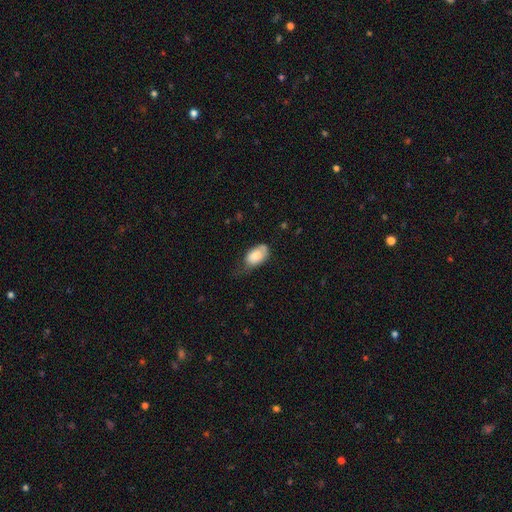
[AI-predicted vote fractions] Smooth or featured? smooth (79%)
How rounded? in between (92%)
Merging? minor disturbance (41%)